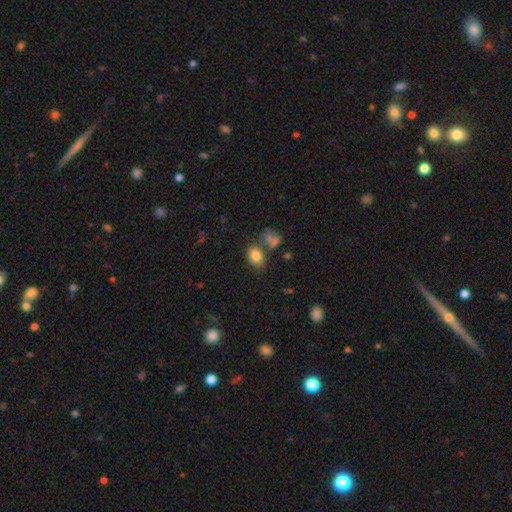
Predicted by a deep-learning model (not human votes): This is clearly a smooth galaxy (81%). How rounded: likely in between (71%). Merging: likely none (63%).